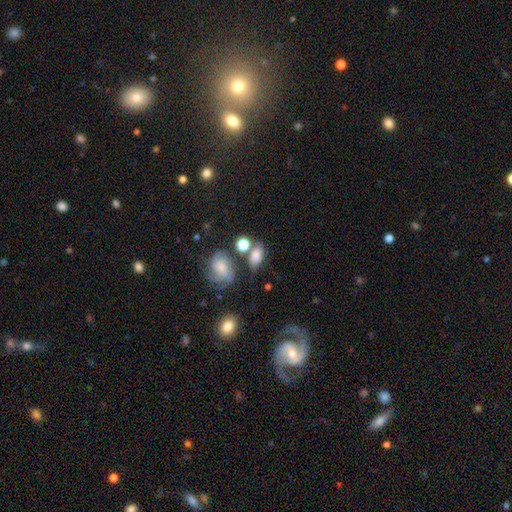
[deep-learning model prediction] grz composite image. It shows a smooth galaxy with no disk features (65%) that is in between round and cigar-shaped (75%). Merging: none (53%).